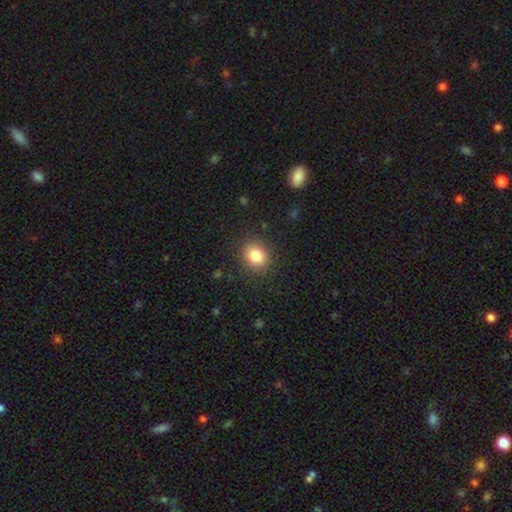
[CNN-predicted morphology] Smooth or featured: smooth — 84% (star or artifact — 10%)
How rounded: round — 64% (in between — 35%)
Merging: none — 87% (minor disturbance — 9%)